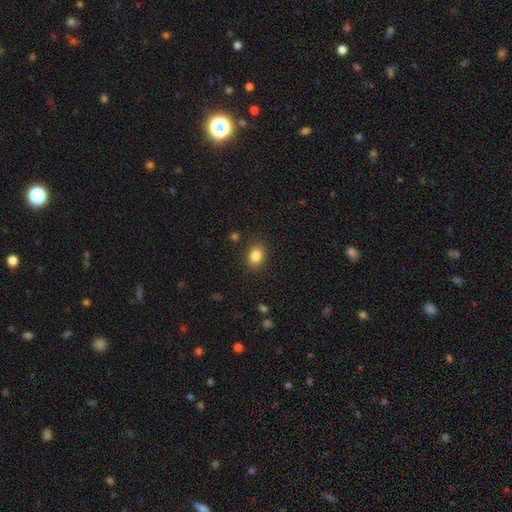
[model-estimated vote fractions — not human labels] Morphology: type=smooth (84%); roundness=in between (68%); merging=none (86%).